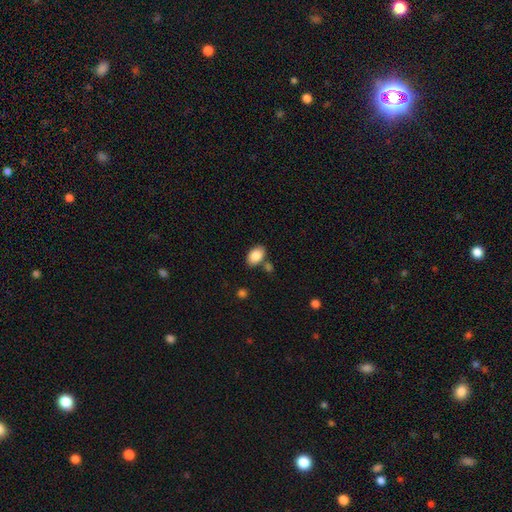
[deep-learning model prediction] smooth_or_featured: smooth (p=0.87) [alt: star or artifact p=0.07]
how_rounded: in between (p=0.89) [alt: round p=0.09]
merging: none (p=0.75) [alt: minor disturbance p=0.12]